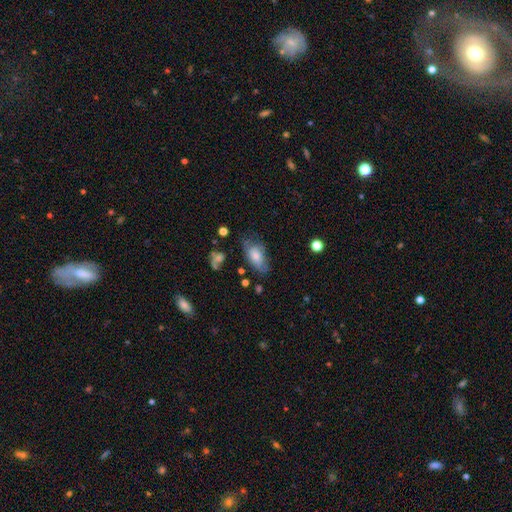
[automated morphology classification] A smooth galaxy with no disk features (66%) that is in between round and cigar-shaped (91%).

Vote fractions:
- Smooth or featured? smooth: 66% / featured or disk: 26% / star or artifact: 8%
- How rounded? in between: 91% / round: 5% / cigar-shaped: 4%
- Merging? none: 53% / minor disturbance: 30% / major disturbance: 14% / merger: 3%